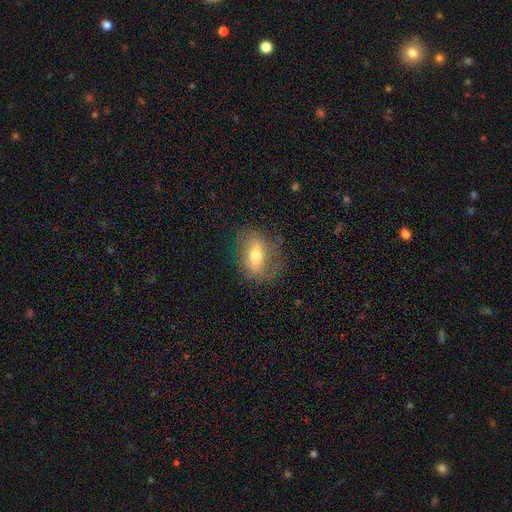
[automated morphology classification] Smooth or featured? Predicted: smooth (p=0.48). Merging? Predicted: none (p=0.70).